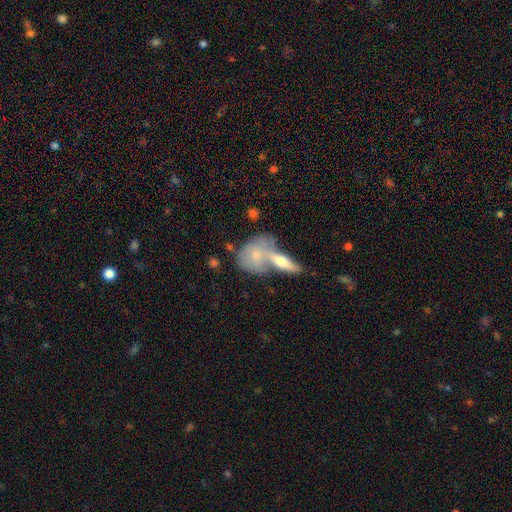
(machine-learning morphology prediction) A smooth galaxy with no disk features (60%) that is in between round and cigar-shaped (60%).

Vote fractions:
- Smooth or featured? smooth: 60% / featured or disk: 33% / star or artifact: 7%
- How rounded? in between: 60% / round: 32% / cigar-shaped: 7%
- Merging? merger: 56% / none: 28% / minor disturbance: 11% / major disturbance: 5%